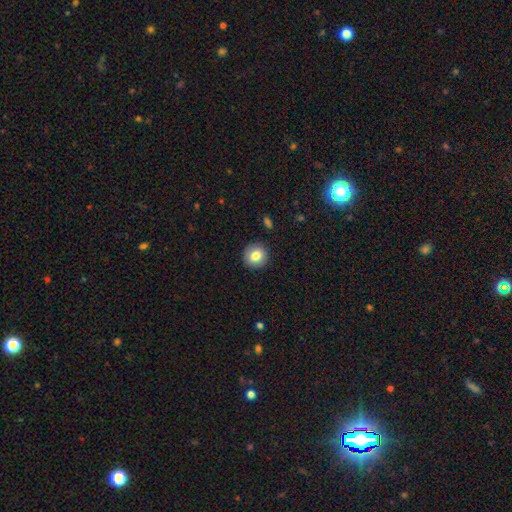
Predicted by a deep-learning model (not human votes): Overall: smooth (82%). How rounded: round (87%). Merging: none (90%).